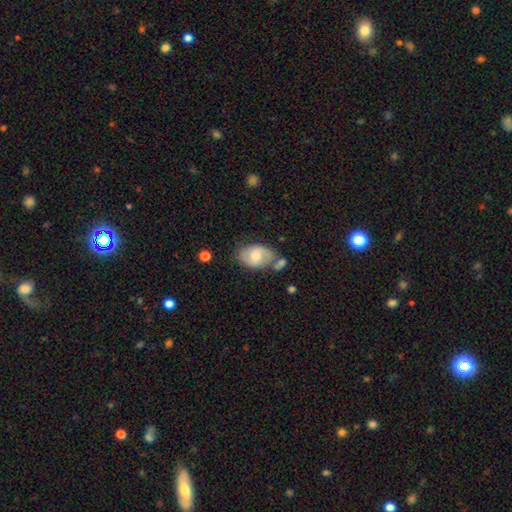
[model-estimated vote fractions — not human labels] This appears to be a smooth galaxy with no disk features (58%) that is in between round and cigar-shaped (85%). Merging: none (52%).